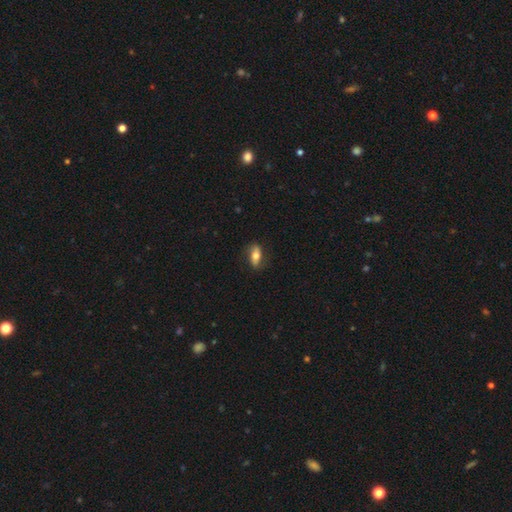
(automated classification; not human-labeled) Smooth or featured? Predicted: smooth (p=0.57). How rounded? Predicted: in between (p=0.79). Merging? Predicted: none (p=0.78).